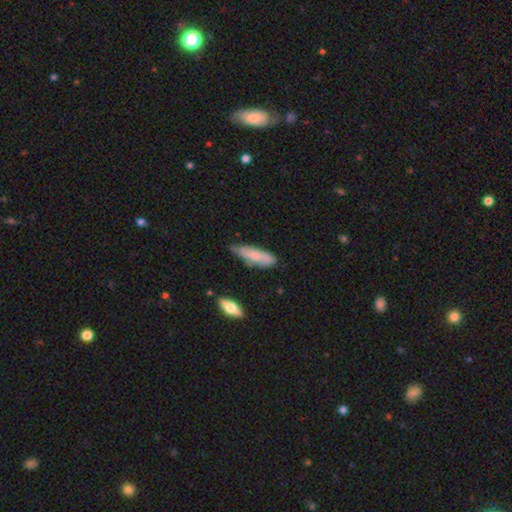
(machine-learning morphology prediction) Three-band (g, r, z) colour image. It shows a smooth galaxy with no disk features (75%) that is cigar-shaped (57%). Merging: none (60%).